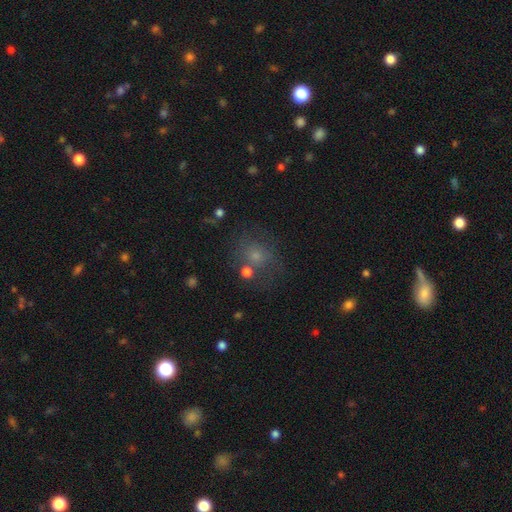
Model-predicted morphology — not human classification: smooth_or_featured: smooth (p=0.49) [alt: star or artifact p=0.32]
merging: none (p=0.63) [alt: minor disturbance p=0.15]